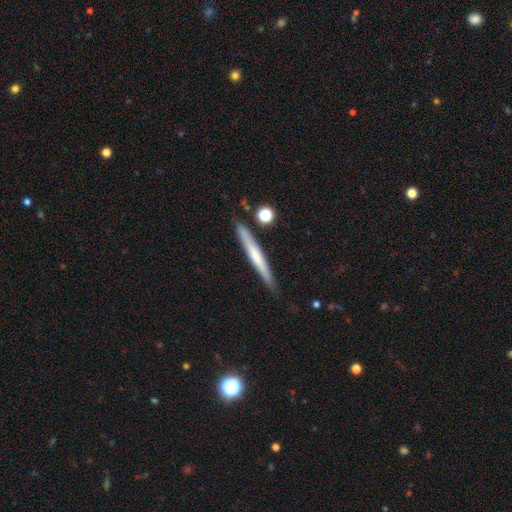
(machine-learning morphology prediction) The model was most divided on "smooth or featured": smooth: 49%, featured or disk: 45%, star or artifact: 6%. More confident: merging — none (85%).